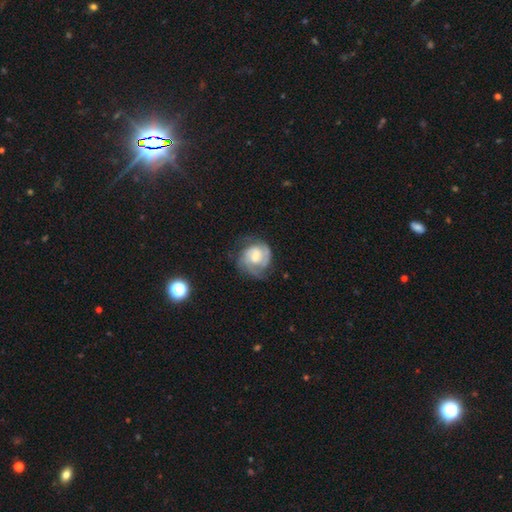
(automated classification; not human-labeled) smooth-or-featured: featured or disk: 80% | smooth: 15% | star or artifact: 5%
  disk-edge-on: no: 98% | yes: 2%
    bar: weak: 49% | no: 41% | strong: 10%
    has-spiral-arms: yes: 94% | no: 6%
      spiral-winding: tight: 57% | medium: 35% | loose: 8%
      spiral-arm-count: 2: 58% | can't tell: 17% | 3: 14% | 1: 5% | 4: 3% | more than 4: 2%
    bulge-size: moderate: 56% | small: 30% | large: 9% | none: 4% | dominant: 1%
  merging: none: 66% | minor disturbance: 22% | major disturbance: 11% | merger: 1%